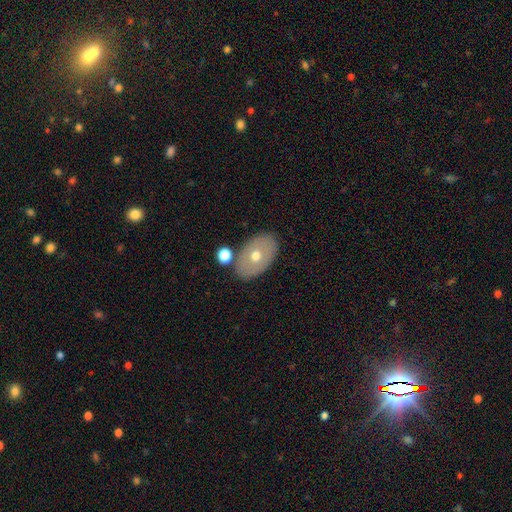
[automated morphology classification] smooth_or_featured: smooth (p=0.61) [alt: featured or disk p=0.32]
how_rounded: in between (p=0.89) [alt: round p=0.10]
merging: none (p=0.79) [alt: minor disturbance p=0.11]